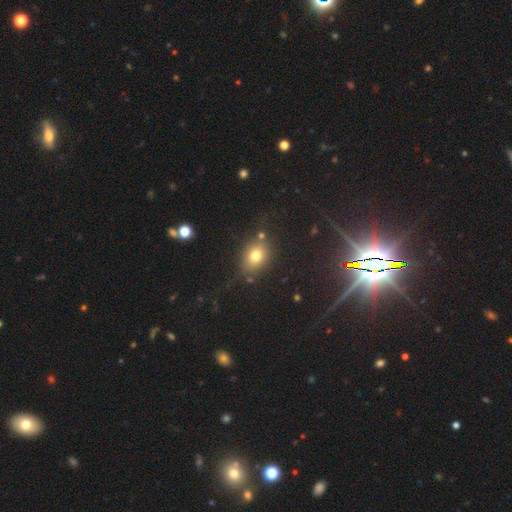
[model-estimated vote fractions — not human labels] The model was most divided on "how rounded": in between: 52%, round: 46%, cigar-shaped: 2%. More confident: smooth or featured — smooth (75%); merging — none (75%).